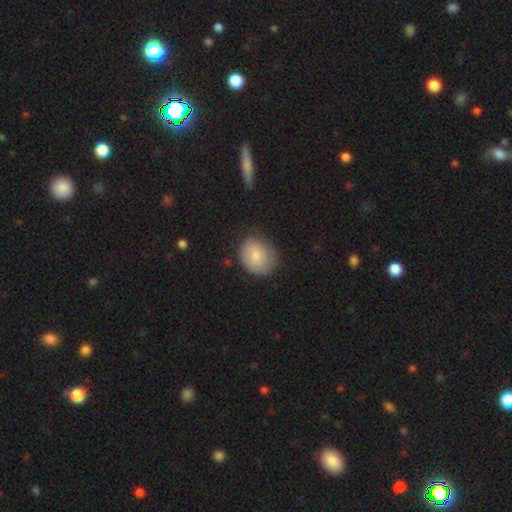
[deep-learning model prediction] The model was most divided on "how rounded": round: 61%, in between: 38%, cigar-shaped: 1%. More confident: merging — none (69%); smooth or featured — smooth (69%).